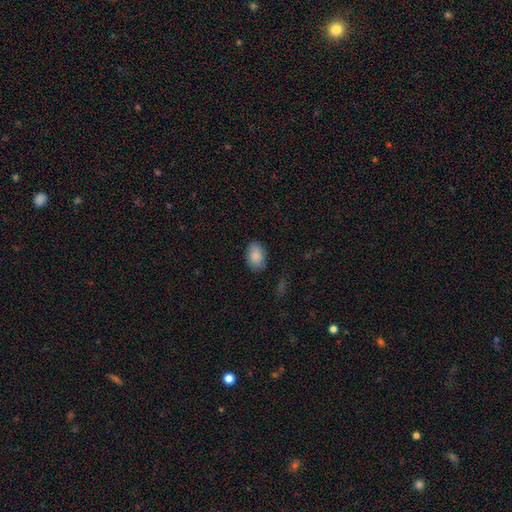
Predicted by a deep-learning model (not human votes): The model was most divided on "merging": none: 82%, minor disturbance: 13%, major disturbance: 3%, merger: 1%. More confident: smooth or featured — smooth (88%); how rounded — in between (85%).